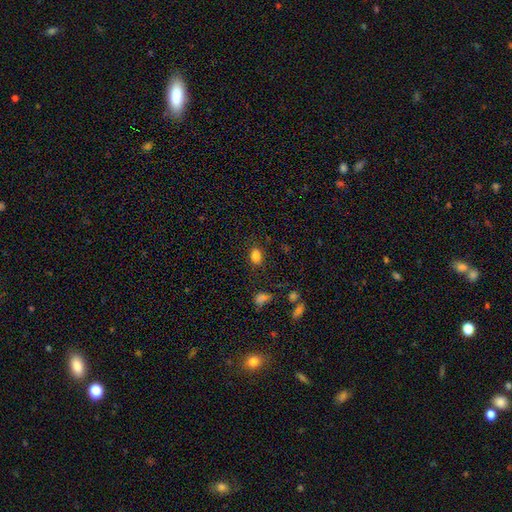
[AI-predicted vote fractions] Overall: smooth (81%). How rounded: in between (79%). Merging: none (77%).